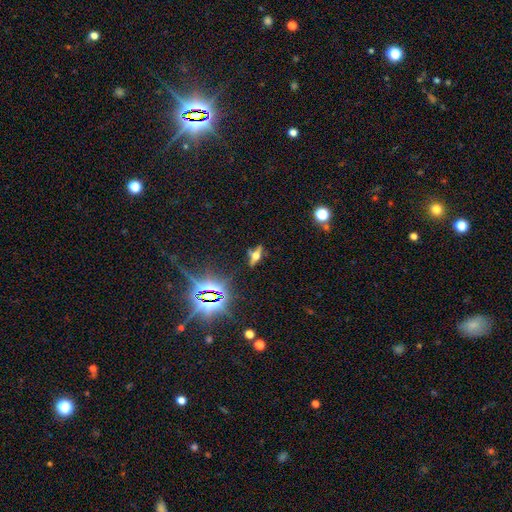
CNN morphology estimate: This is possibly a featured or disk galaxy (51%). It is clearly viewed edge-on (89%). Merging: likely none (79%).